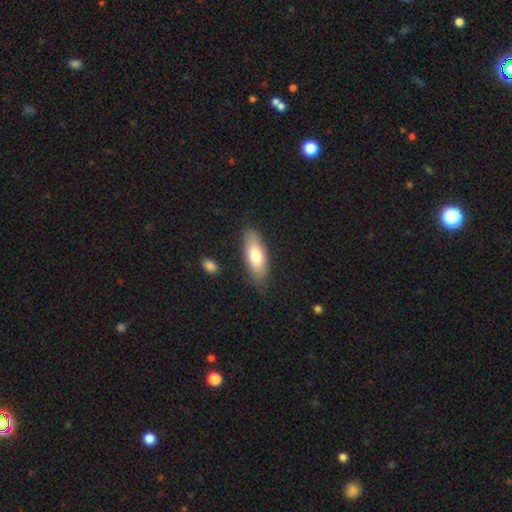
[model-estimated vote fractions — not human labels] smooth 74%, featured or disk 20%, star or artifact 6%. Down the decision tree: how rounded — in between (71%); merging — none (81%).